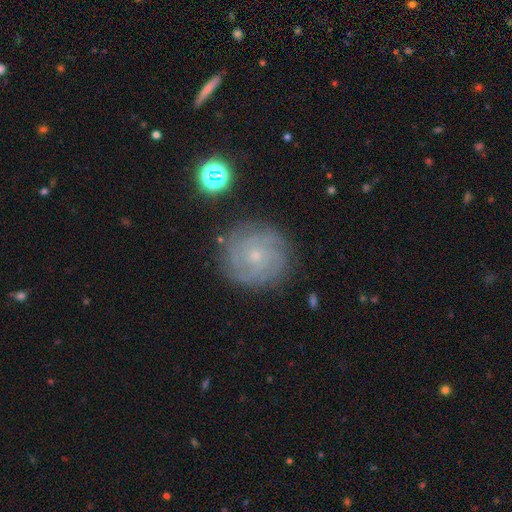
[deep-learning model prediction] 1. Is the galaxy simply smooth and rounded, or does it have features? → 75% featured or disk, 15% smooth, 10% star or artifact.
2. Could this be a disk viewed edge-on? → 98% no, 2% yes.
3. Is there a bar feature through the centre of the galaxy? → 78% no, 19% weak, 3% strong.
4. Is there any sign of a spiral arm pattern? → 95% yes, 5% no.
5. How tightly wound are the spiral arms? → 76% tight, 20% medium, 4% loose.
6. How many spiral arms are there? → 32% can't tell, 23% 3, 16% 4, 16% 2, 7% more than 4, 7% 1.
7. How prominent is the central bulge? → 78% small, 18% moderate, 2% none, 1% large, 1% dominant.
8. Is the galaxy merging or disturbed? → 84% none, 11% minor disturbance, 4% major disturbance, 2% merger.